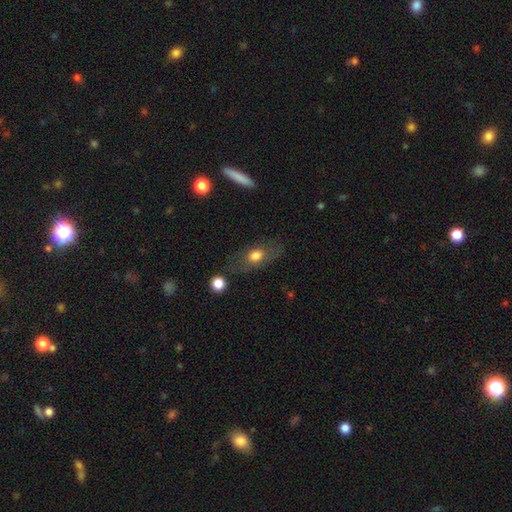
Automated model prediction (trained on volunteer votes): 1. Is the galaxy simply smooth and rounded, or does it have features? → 64% smooth, 27% featured or disk, 9% star or artifact.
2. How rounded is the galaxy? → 76% in between, 17% round, 7% cigar-shaped.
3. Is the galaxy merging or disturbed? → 70% none, 18% minor disturbance, 10% major disturbance, 3% merger.